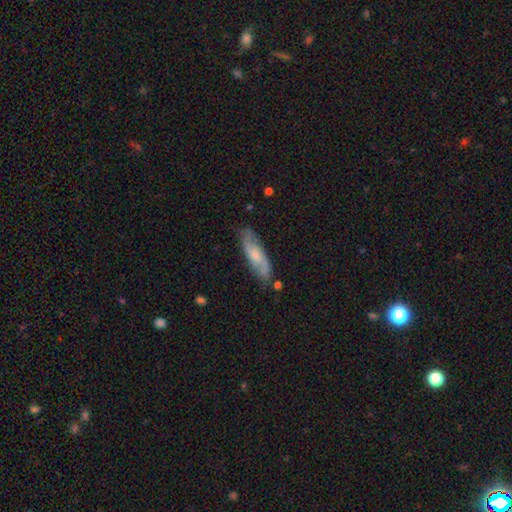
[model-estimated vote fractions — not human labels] Smooth or featured? featured or disk (54%)
Edge-on disk? no (77%)
Merging? none (75%)